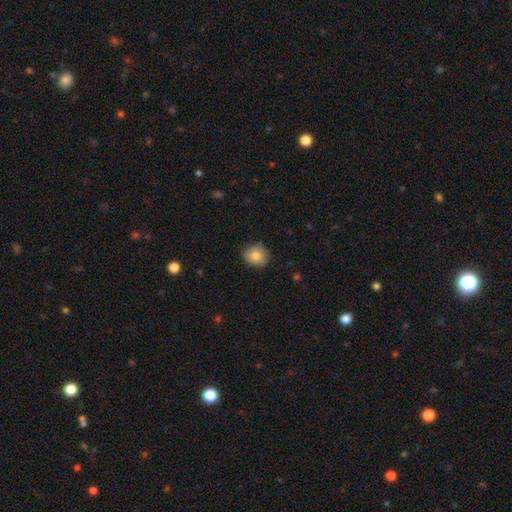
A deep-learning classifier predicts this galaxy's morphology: Q: Smooth or featured?
A: smooth (80%); runner-up: featured or disk (11%)
Q: How rounded?
A: round (77%); runner-up: in between (22%)
Q: Merging?
A: none (79%); runner-up: minor disturbance (17%)